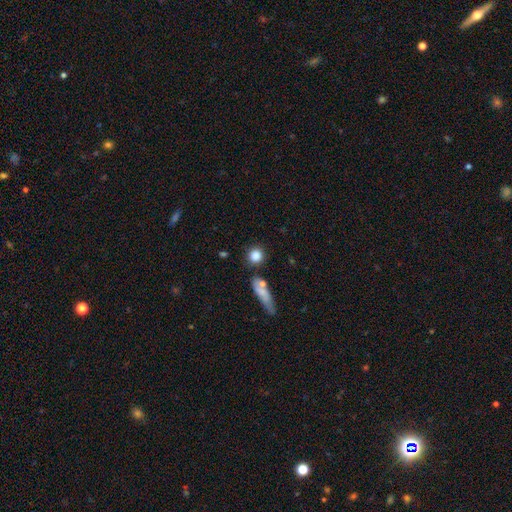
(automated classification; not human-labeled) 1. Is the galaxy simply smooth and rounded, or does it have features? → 84% smooth, 10% star or artifact, 6% featured or disk.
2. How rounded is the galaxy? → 84% round, 12% in between, 4% cigar-shaped.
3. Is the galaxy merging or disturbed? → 75% none, 11% minor disturbance, 10% merger, 4% major disturbance.